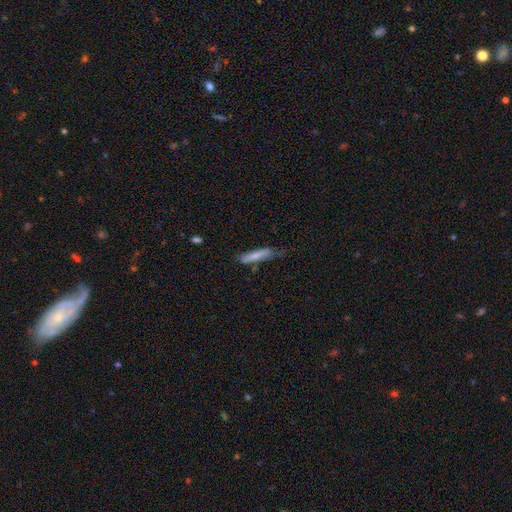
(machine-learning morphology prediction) Smooth or featured: smooth — 69% (featured or disk — 25%)
How rounded: cigar-shaped — 79% (in between — 19%)
Merging: none — 52% (minor disturbance — 33%)